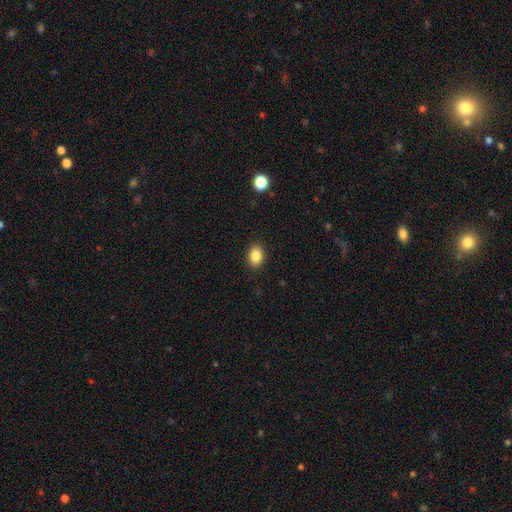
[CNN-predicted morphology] The model was most divided on "how rounded": in between: 72%, round: 27%, cigar-shaped: 1%. More confident: merging — none (89%); smooth or featured — smooth (86%).